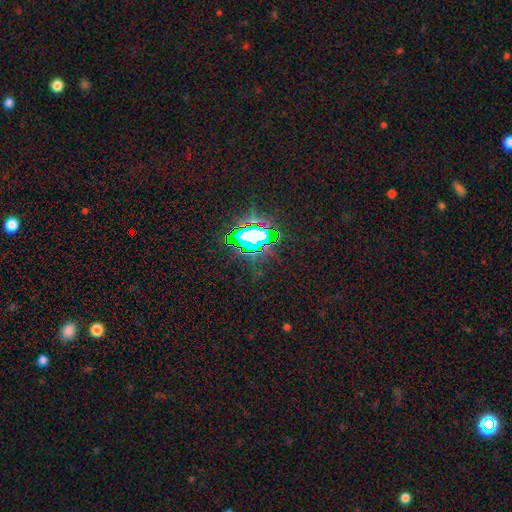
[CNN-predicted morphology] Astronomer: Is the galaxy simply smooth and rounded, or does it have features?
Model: star or artifact — 75%.